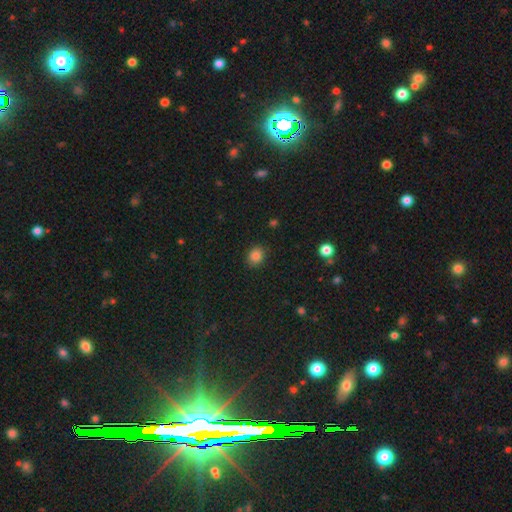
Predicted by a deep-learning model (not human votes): Smooth or featured?
  - smooth: 84% *
  - star or artifact: 11%
  - featured or disk: 4%
How rounded?
  - round: 62% *
  - in between: 37%
  - cigar-shaped: 1%
Merging?
  - none: 88% *
  - minor disturbance: 9%
  - major disturbance: 3%
  - merger: 1%